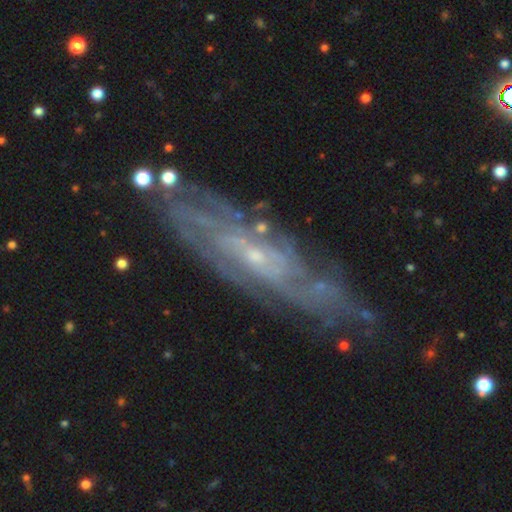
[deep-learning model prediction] A featured or disk galaxy (78%) with no bar (54%), spiral arms (89%) and a small central bulge (80%).

Vote fractions:
- Smooth or featured? featured or disk: 78% / smooth: 12% / star or artifact: 10%
- Edge-on disk? no: 70% / yes: 30%
- Bar? no: 54% / weak: 36% / strong: 9%
- Spiral arms? yes: 89% / no: 11%
- Bulge size? small: 80% / moderate: 13% / none: 5% / large: 1% / dominant: 1%
- Merging? none: 80% / minor disturbance: 14% / major disturbance: 4% / merger: 2%